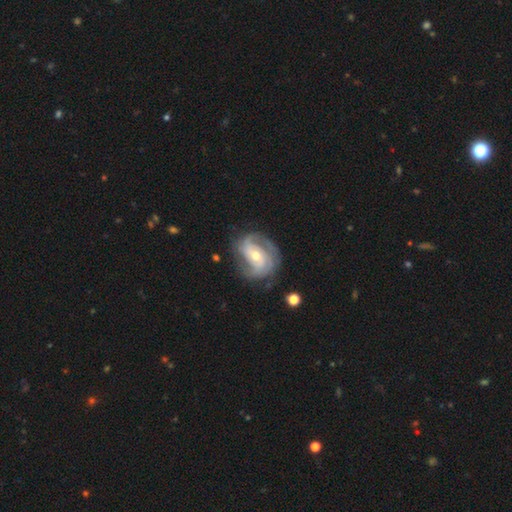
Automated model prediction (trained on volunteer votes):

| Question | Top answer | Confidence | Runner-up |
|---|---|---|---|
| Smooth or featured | featured or disk | 84% | smooth (11%) |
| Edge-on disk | no | 97% | yes (3%) |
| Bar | no | 51% | weak (34%) |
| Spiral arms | yes | 93% | no (7%) |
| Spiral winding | tight | 47% | medium (39%) |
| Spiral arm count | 2 | 46% | 3 (21%) |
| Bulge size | moderate | 53% | small (42%) |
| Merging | none | 66% | minor disturbance (21%) |